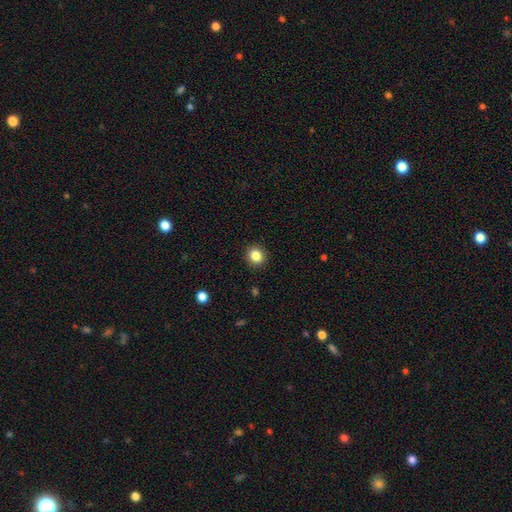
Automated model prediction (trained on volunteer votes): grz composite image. It shows a smooth galaxy with no disk features (85%) that is round (82%). Merging: none (91%).